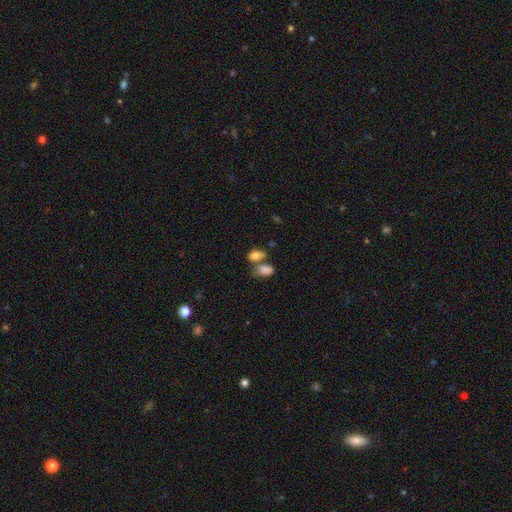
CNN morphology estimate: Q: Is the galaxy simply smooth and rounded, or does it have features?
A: smooth — 81%.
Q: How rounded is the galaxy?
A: in between — 86%.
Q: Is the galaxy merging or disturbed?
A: merger — 46%.